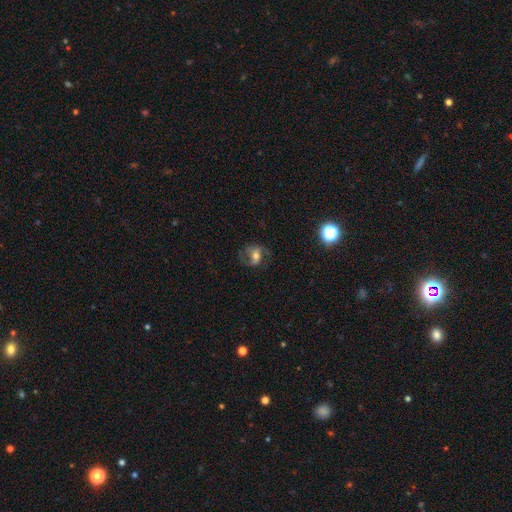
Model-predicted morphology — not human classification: This appears to be a featured or disk galaxy (53%) with no bar (37%), spiral arms (76%) and a moderate central bulge (61%). Merging: none (63%).